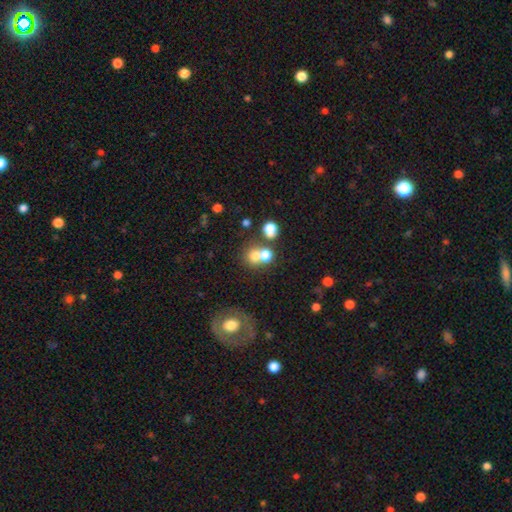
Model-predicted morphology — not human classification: This appears to be a smooth galaxy with no disk features (70%) that is round (80%). Merging: none (45%).